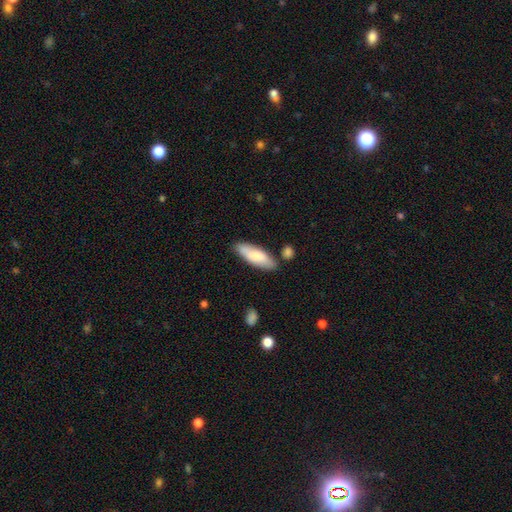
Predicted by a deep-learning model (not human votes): Smooth or featured? Predicted: smooth (p=0.76). How rounded? Predicted: in between (p=0.57). Merging? Predicted: none (p=0.78).